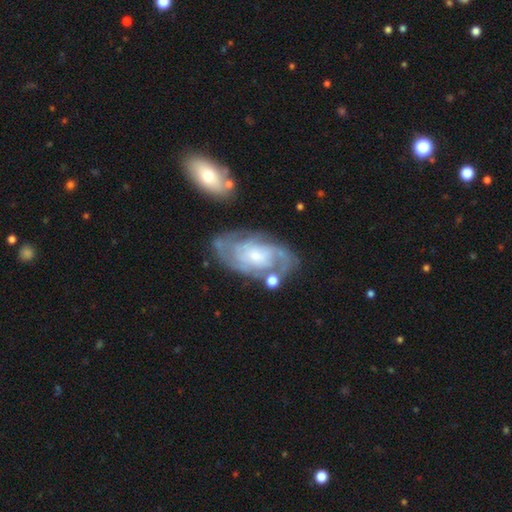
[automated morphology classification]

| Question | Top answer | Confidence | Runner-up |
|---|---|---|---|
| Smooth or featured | featured or disk | 82% | smooth (13%) |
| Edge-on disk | no | 96% | yes (4%) |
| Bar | no | 68% | weak (27%) |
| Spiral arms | yes | 93% | no (7%) |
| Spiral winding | tight | 53% | medium (36%) |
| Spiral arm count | can't tell | 35% | 2 (30%) |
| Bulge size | small | 60% | moderate (27%) |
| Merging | none | 63% | minor disturbance (19%) |